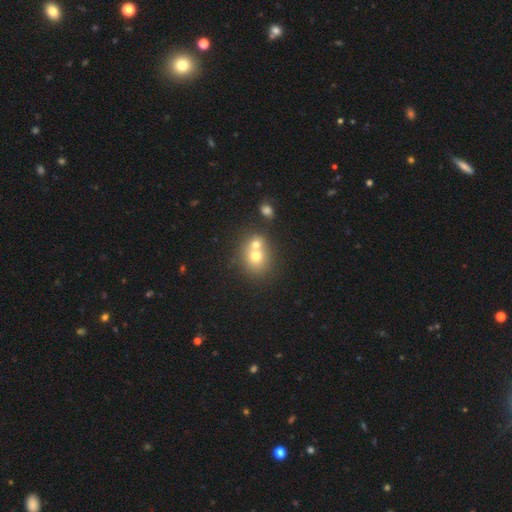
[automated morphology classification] Smooth or featured?
  - smooth: 68% *
  - featured or disk: 20%
  - star or artifact: 12%
How rounded?
  - round: 72% *
  - in between: 27%
  - cigar-shaped: 1%
Merging?
  - merger: 59% *
  - none: 32%
  - minor disturbance: 6%
  - major disturbance: 3%